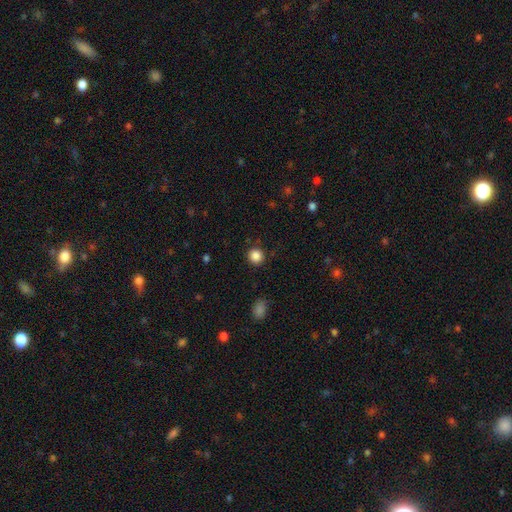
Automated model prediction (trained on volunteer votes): A smooth galaxy with no disk features (86%) that is round (91%).

Vote fractions:
- Smooth or featured? smooth: 86% / star or artifact: 11% / featured or disk: 3%
- How rounded? round: 91% / in between: 8% / cigar-shaped: 1%
- Merging? none: 89% / minor disturbance: 7% / major disturbance: 2% / merger: 1%